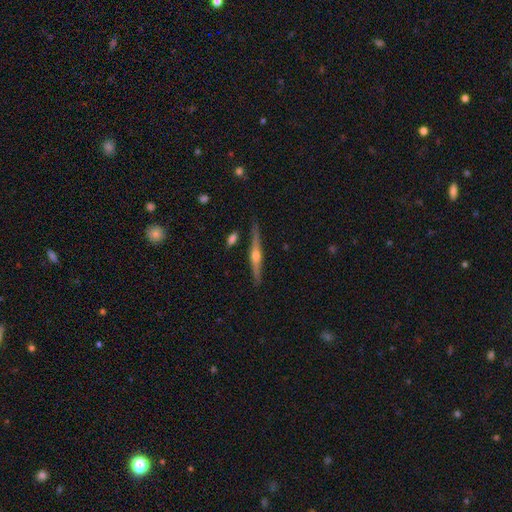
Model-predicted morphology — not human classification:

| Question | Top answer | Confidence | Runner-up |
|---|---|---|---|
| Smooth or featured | featured or disk | 79% | smooth (15%) |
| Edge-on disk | yes | 98% | no (2%) |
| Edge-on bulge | rounded | 91% | none (5%) |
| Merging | none | 88% | minor disturbance (8%) |